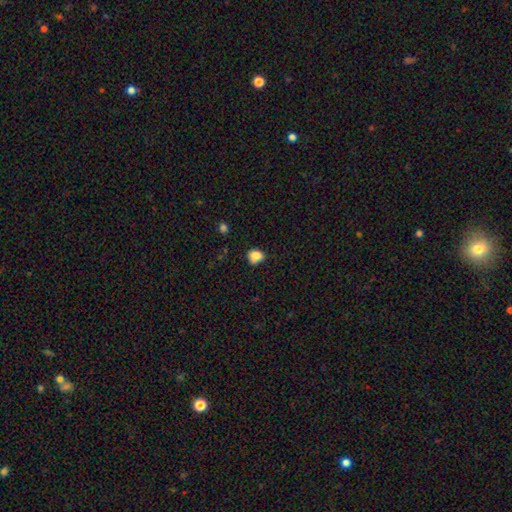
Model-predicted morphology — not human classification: Smooth or featured? Predicted: smooth (p=0.83). How rounded? Predicted: round (p=0.60). Merging? Predicted: none (p=0.57).